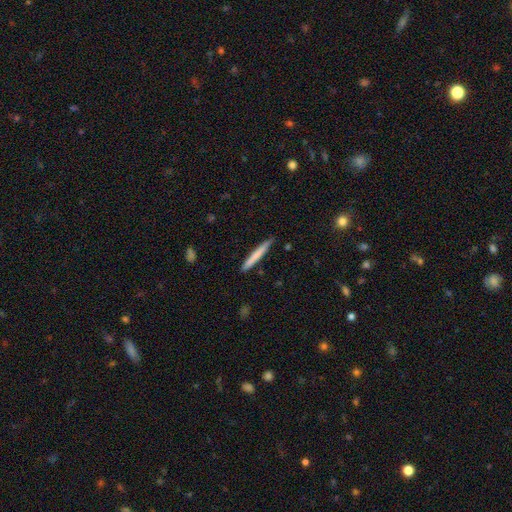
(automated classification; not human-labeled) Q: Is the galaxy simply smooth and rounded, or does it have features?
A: smooth — 71%.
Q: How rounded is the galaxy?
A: cigar-shaped — 96%.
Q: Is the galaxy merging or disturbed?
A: none — 87%.